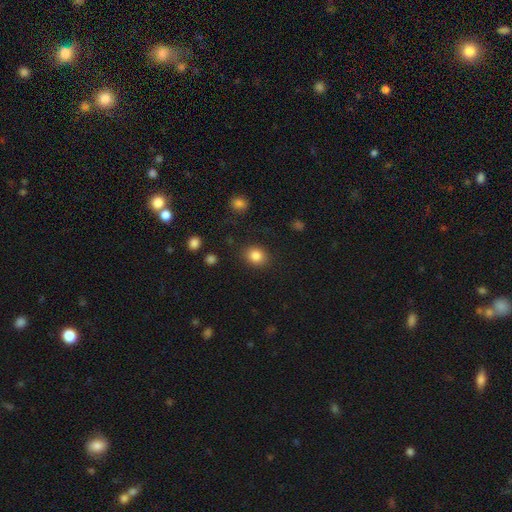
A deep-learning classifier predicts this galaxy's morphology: smooth 85%, star or artifact 10%, featured or disk 5%. Down the decision tree: how rounded — round (62%); merging — none (87%).